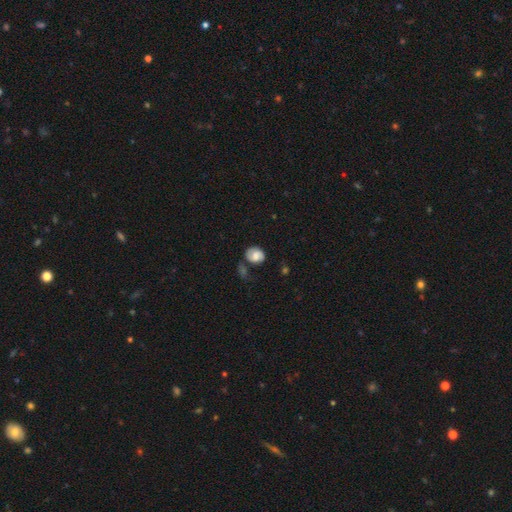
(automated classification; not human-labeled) A smooth galaxy with no disk features (75%) that is round (52%). Merging: none (56%).